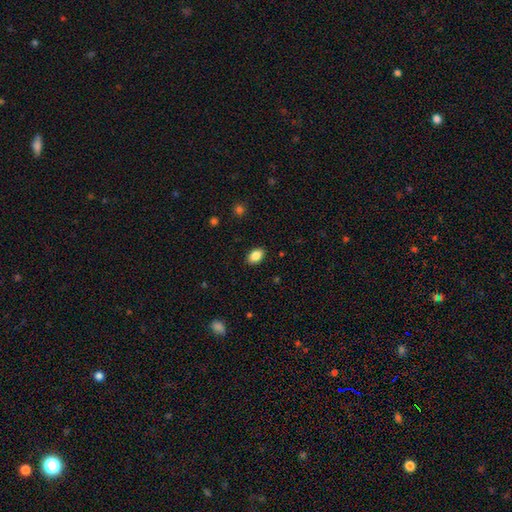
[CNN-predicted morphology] This appears to be a smooth galaxy with no disk features (86%) that is in between round and cigar-shaped (87%). Merging: none (89%).